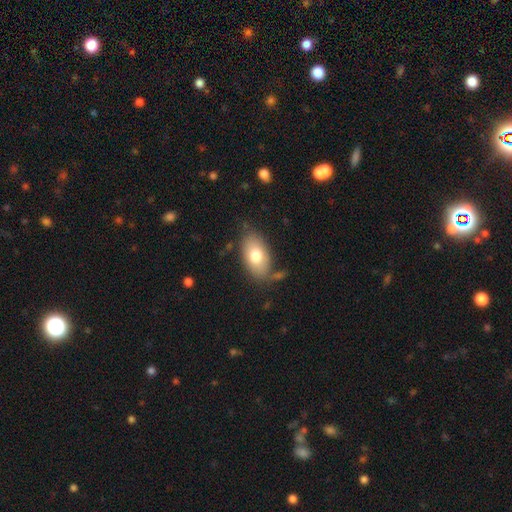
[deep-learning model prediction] A smooth galaxy with no disk features (75%) that is in between round and cigar-shaped (92%). Merging: none (71%).